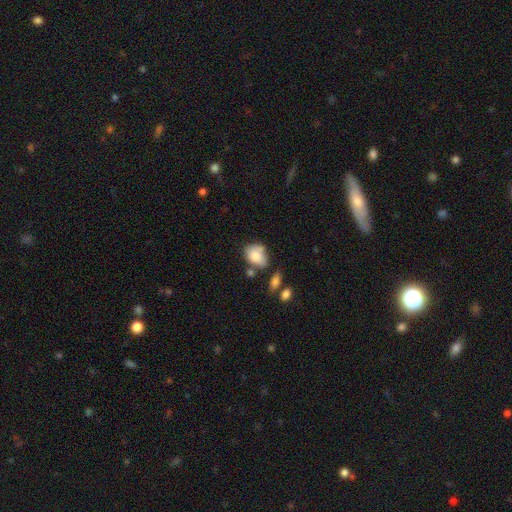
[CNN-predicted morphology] The model was most divided on "merging": none: 44%, minor disturbance: 29%, merger: 17%, major disturbance: 11%. More confident: smooth or featured — smooth (78%); how rounded — in between (71%).